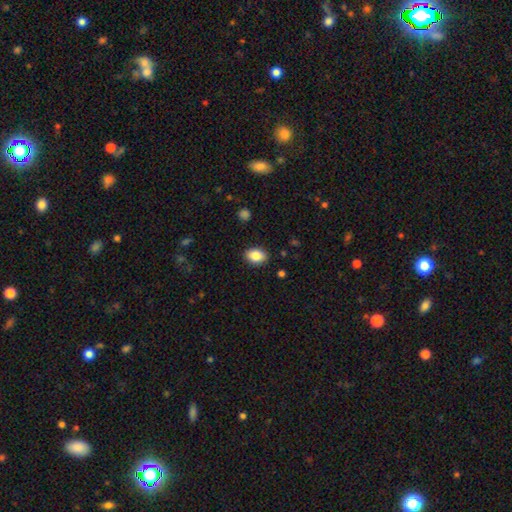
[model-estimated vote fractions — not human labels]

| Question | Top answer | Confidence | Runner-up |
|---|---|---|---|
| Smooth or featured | smooth | 86% | star or artifact (8%) |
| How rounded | in between | 78% | round (21%) |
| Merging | none | 88% | minor disturbance (8%) |